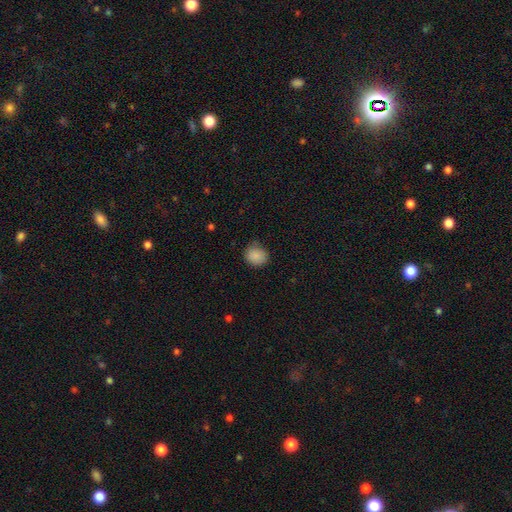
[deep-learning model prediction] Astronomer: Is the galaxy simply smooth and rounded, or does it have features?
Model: smooth — 87%.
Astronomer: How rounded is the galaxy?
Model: round — 78%.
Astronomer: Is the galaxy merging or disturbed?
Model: none — 77%.